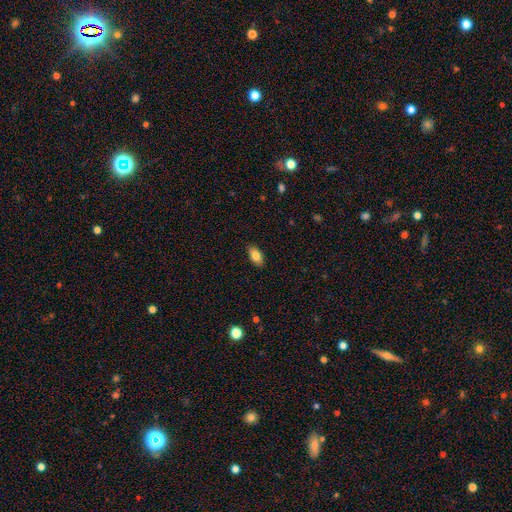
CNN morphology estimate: Q: Smooth or featured?
A: smooth (82%); runner-up: featured or disk (11%)
Q: How rounded?
A: in between (91%); runner-up: cigar-shaped (5%)
Q: Merging?
A: none (89%); runner-up: minor disturbance (8%)